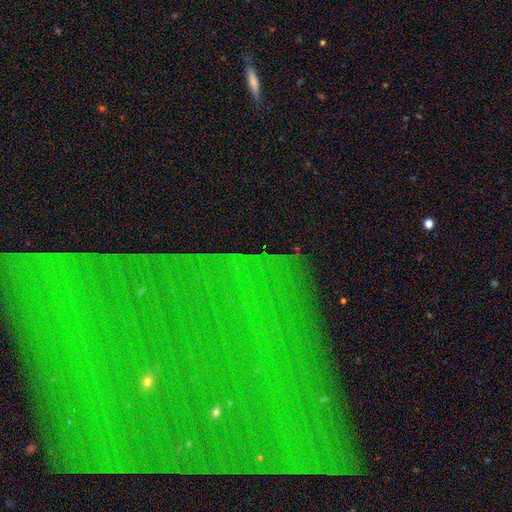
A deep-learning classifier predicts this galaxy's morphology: Q: Smooth or featured?
A: star or artifact (82%); runner-up: featured or disk (10%)